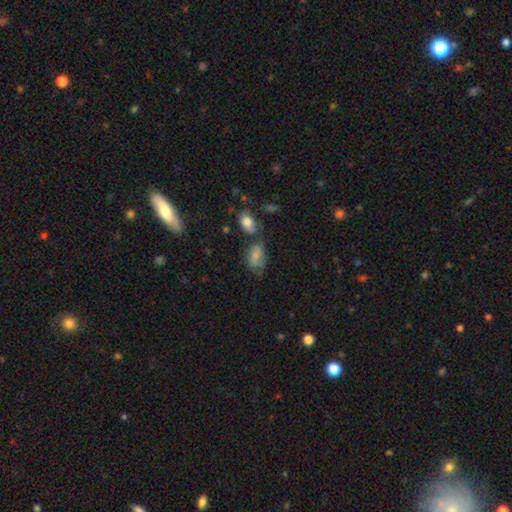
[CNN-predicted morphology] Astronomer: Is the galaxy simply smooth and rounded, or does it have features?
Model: smooth — 76%.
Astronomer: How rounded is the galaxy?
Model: in between — 89%.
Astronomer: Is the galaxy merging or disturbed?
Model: none — 40% (runner-up: minor disturbance, 27%).